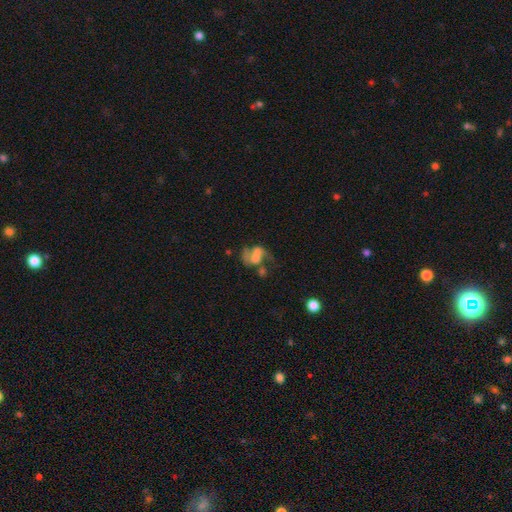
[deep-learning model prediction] Morphology: type=featured or disk (50%); edge-on=no (97%); merging=merger (41%).